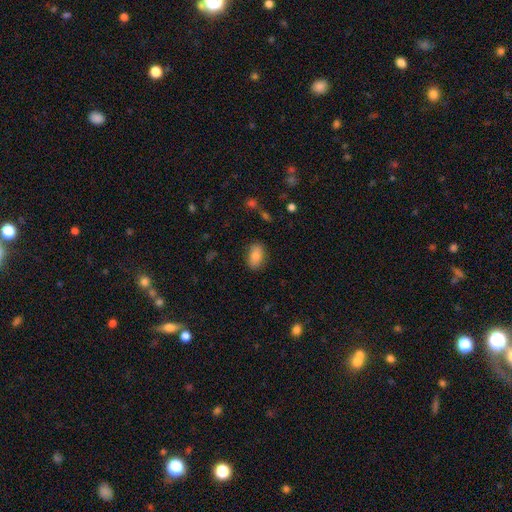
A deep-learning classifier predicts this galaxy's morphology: This is clearly a smooth galaxy (82%). How rounded: clearly in between (89%). Merging: clearly none (83%).